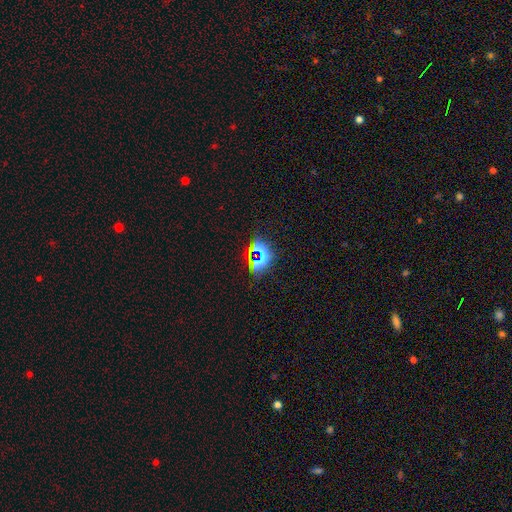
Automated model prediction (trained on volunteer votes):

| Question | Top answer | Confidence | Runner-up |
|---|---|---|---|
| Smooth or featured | star or artifact | 68% | smooth (21%) |